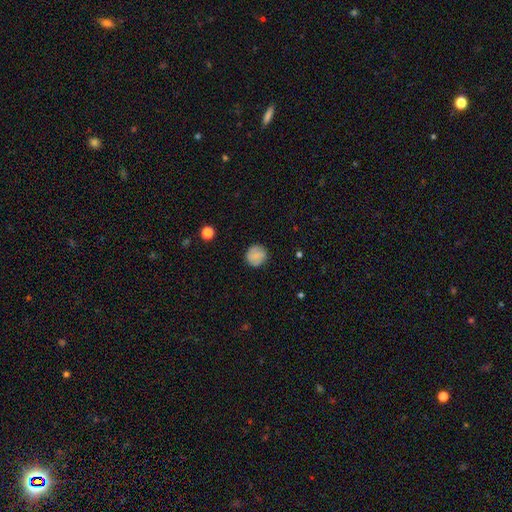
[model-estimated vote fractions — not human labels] smooth-or-featured: smooth: 75% | featured or disk: 16% | star or artifact: 9%
  how-rounded: round: 90% | in between: 9% | cigar-shaped: 1%
  merging: none: 86% | minor disturbance: 10% | major disturbance: 3% | merger: 1%